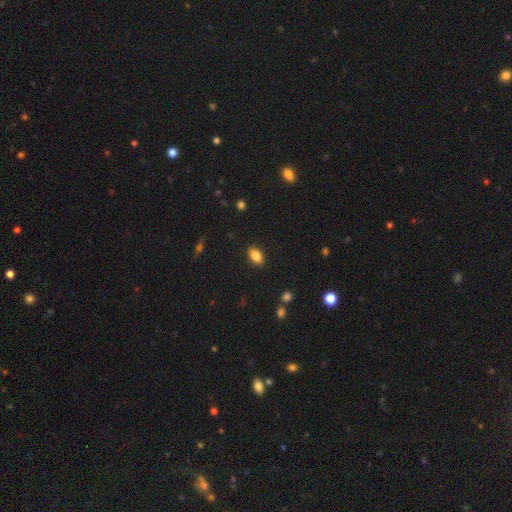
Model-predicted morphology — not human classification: This is clearly a smooth galaxy (83%). How rounded: clearly in between (89%). Merging: clearly none (88%).